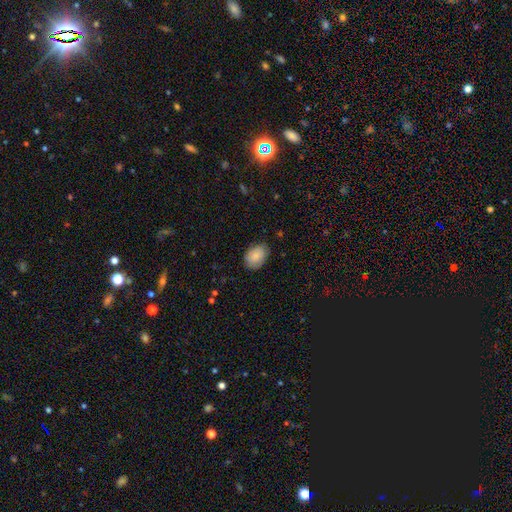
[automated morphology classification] type=smooth (86%); roundness=in between (78%); merging=none (79%).